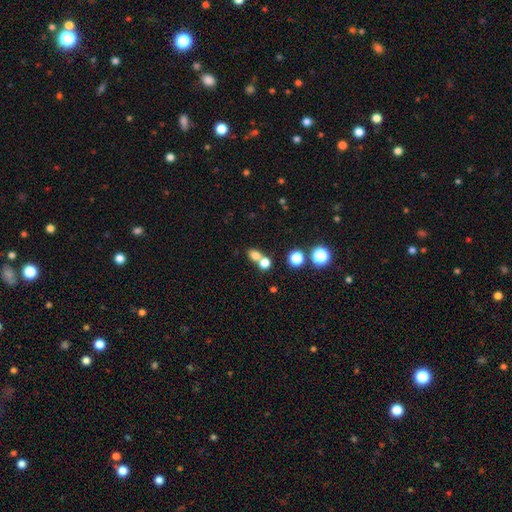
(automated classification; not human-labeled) Overall: smooth (75%). How rounded: round (62%; in between 37%). Merging: merger (45%; none 44%).